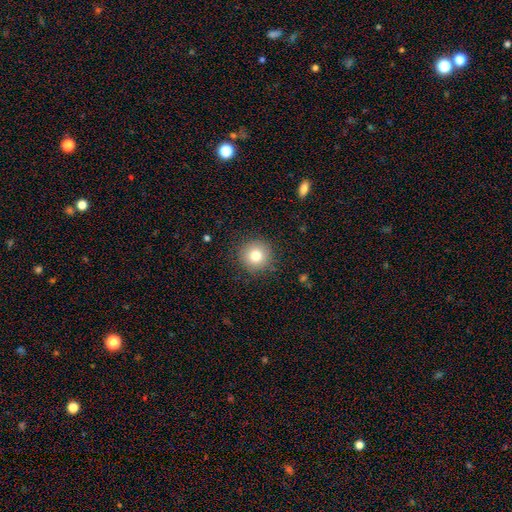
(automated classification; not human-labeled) Morphology: type=smooth (79%); roundness=round (95%); merging=none (89%).